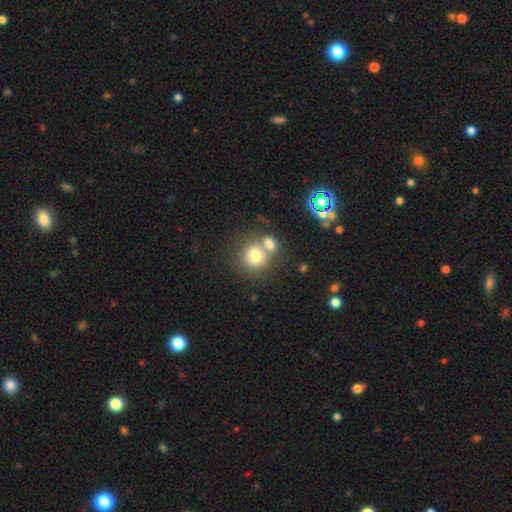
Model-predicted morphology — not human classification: type=smooth (75%); roundness=round (85%); merging=none (47%).